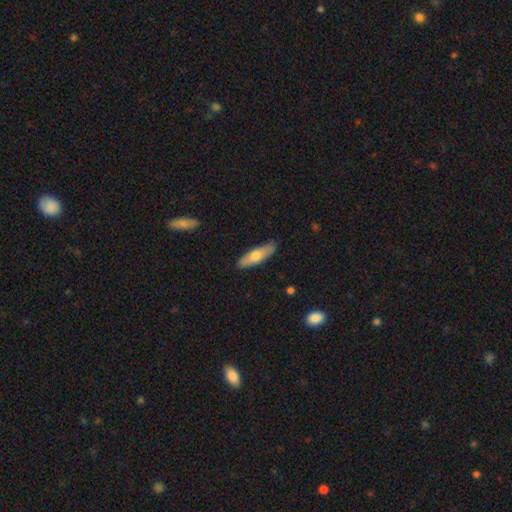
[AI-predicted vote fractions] Overall: smooth (65%; featured or disk 29%). How rounded: cigar-shaped (54%; in between 44%). Merging: none (87%).